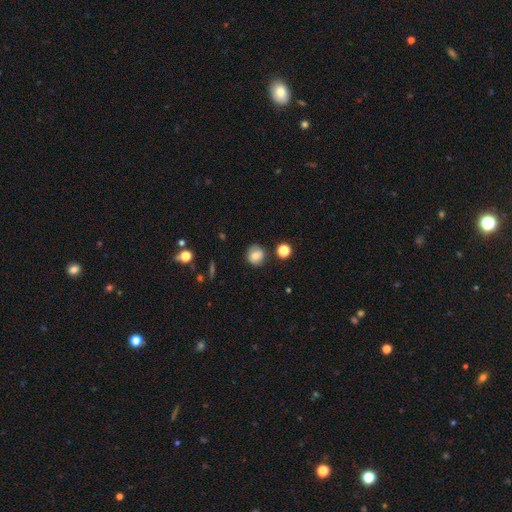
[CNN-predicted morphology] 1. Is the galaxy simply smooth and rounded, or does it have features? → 71% smooth, 17% featured or disk, 12% star or artifact.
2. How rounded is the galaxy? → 87% round, 12% in between, 1% cigar-shaped.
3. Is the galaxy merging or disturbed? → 79% none, 14% minor disturbance, 4% merger, 3% major disturbance.